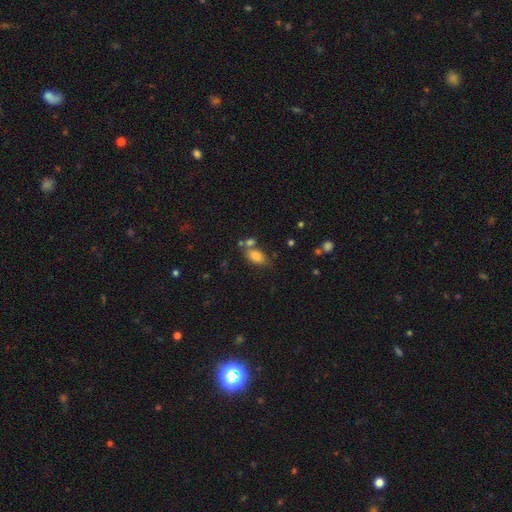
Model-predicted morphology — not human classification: Smooth or featured: smooth — 82% (star or artifact — 11%)
How rounded: in between — 88% (round — 9%)
Merging: none — 54% (merger — 23%)